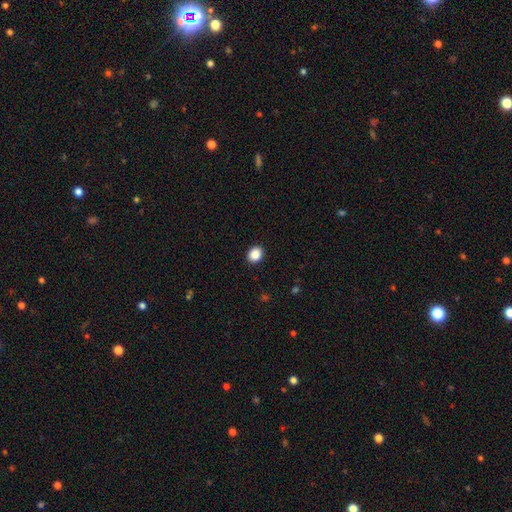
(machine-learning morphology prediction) A smooth galaxy with no disk features (88%) that is round (62%).

Vote fractions:
- Smooth or featured? smooth: 88% / star or artifact: 9% / featured or disk: 3%
- How rounded? round: 62% / in between: 37% / cigar-shaped: 1%
- Merging? none: 92% / minor disturbance: 6% / major disturbance: 2% / merger: 1%